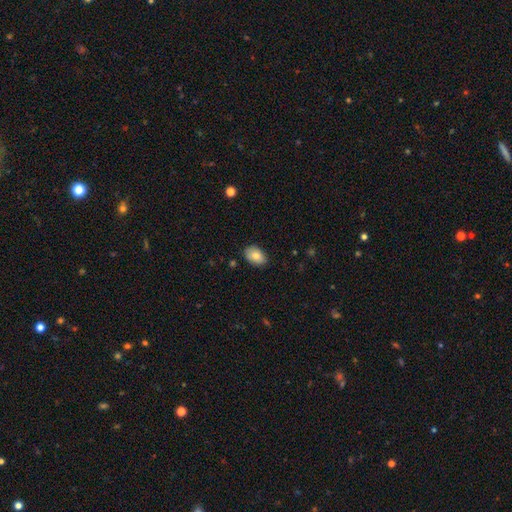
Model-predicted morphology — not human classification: Smooth or featured: smooth — 79% (featured or disk — 14%)
How rounded: in between — 85% (round — 14%)
Merging: none — 84% (minor disturbance — 13%)